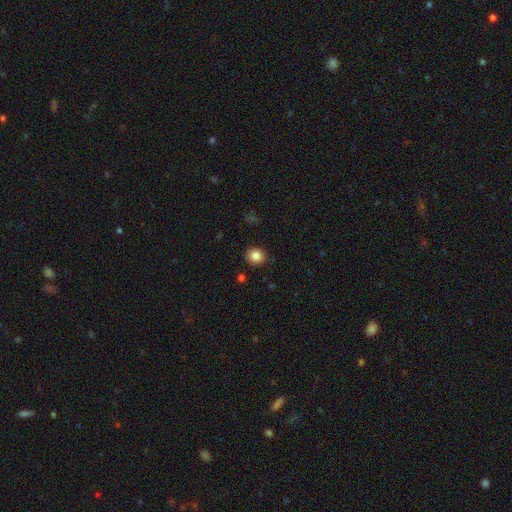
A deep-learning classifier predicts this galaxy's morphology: A smooth galaxy with no disk features (84%) that is round (83%).

Vote fractions:
- Smooth or featured? smooth: 84% / star or artifact: 10% / featured or disk: 6%
- How rounded? round: 83% / in between: 16% / cigar-shaped: 1%
- Merging? none: 90% / minor disturbance: 7% / major disturbance: 2% / merger: 1%